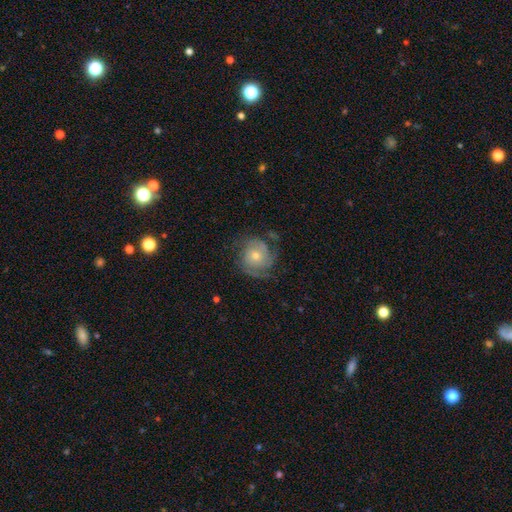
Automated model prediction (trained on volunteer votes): Smooth or featured?
  - featured or disk: 78% *
  - smooth: 15%
  - star or artifact: 7%
Edge-on disk?
  - no: 98% *
  - yes: 2%
Bar?
  - no: 78% *
  - weak: 18%
  - strong: 4%
Spiral arms?
  - yes: 94% *
  - no: 6%
Spiral winding?
  - tight: 53% *
  - medium: 35%
  - loose: 12%
Spiral arm count?
  - 2: 36% *
  - 3: 28%
  - can't tell: 20%
  - 4: 7%
  - 1: 5%
  - more than 4: 4%
Bulge size?
  - small: 50% *
  - moderate: 45%
  - large: 3%
  - none: 2%
  - dominant: 1%
Merging?
  - none: 70% *
  - minor disturbance: 18%
  - major disturbance: 11%
  - merger: 2%